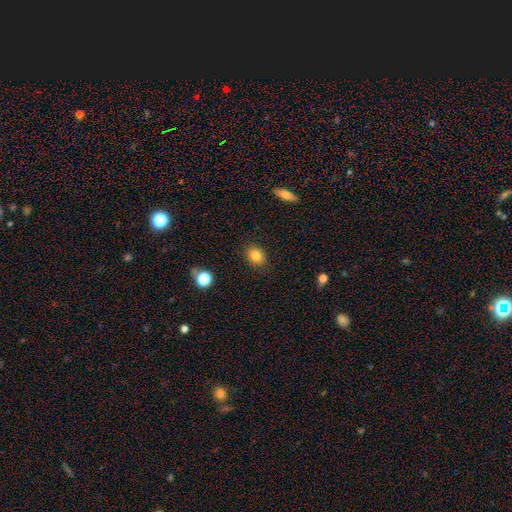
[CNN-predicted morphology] The model was most divided on "how rounded": round: 59%, in between: 40%, cigar-shaped: 1%. More confident: merging — none (88%); smooth or featured — smooth (83%).